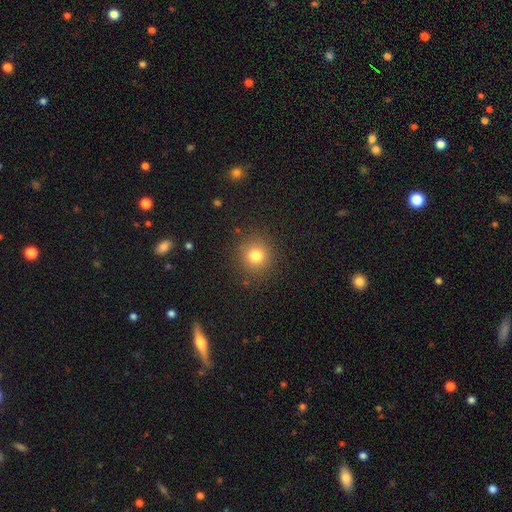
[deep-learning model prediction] Smooth or featured? smooth (79%)
How rounded? round (91%)
Merging? none (88%)